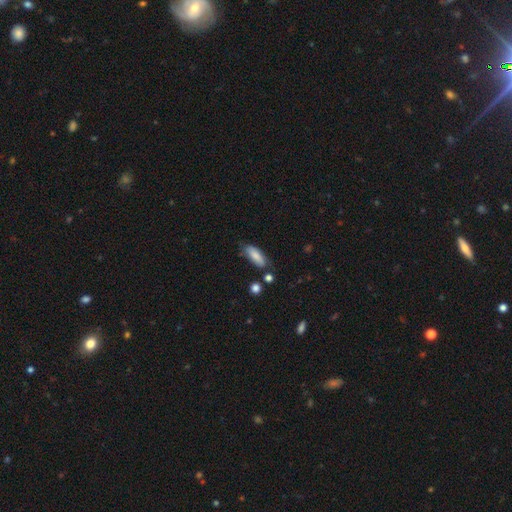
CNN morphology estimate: A smooth galaxy with no disk features (80%) that is in between round and cigar-shaped (72%).

Vote fractions:
- Smooth or featured? smooth: 80% / featured or disk: 14% / star or artifact: 7%
- How rounded? in between: 72% / cigar-shaped: 26% / round: 2%
- Merging? none: 68% / minor disturbance: 22% / major disturbance: 5% / merger: 5%